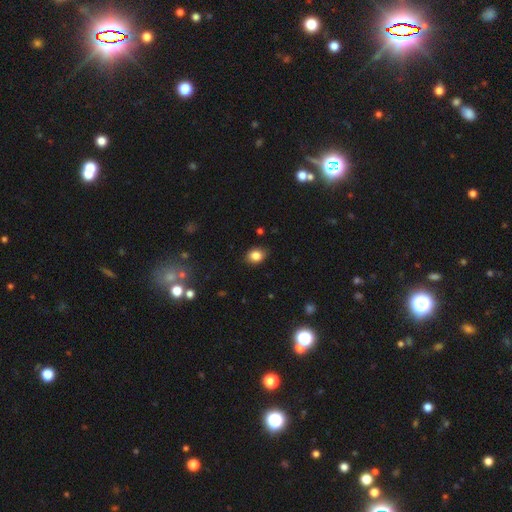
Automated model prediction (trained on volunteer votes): Smooth or featured? Predicted: smooth (p=0.84). How rounded? Predicted: in between (p=0.55). Merging? Predicted: none (p=0.85).